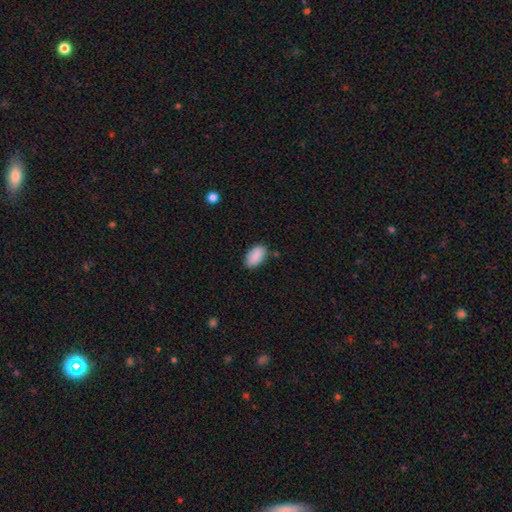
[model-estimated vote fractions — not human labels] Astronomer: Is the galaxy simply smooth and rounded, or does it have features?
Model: smooth — 90%.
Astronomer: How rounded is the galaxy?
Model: in between — 94%.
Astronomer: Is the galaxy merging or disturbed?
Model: none — 84%.